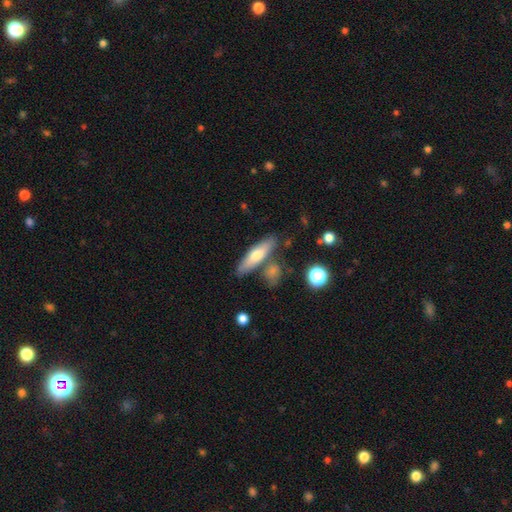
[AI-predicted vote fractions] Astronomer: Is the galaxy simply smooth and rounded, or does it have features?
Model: smooth — 61%.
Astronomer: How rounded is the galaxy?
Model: cigar-shaped — 64%.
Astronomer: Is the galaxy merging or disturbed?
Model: none — 73%.